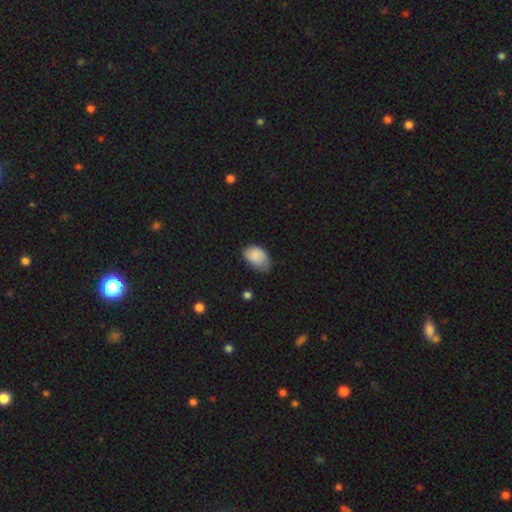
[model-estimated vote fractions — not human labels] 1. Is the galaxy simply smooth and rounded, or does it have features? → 81% smooth, 12% featured or disk, 7% star or artifact.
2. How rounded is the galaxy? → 89% in between, 10% round, 1% cigar-shaped.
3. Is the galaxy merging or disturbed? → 52% none, 39% minor disturbance, 8% major disturbance, 2% merger.